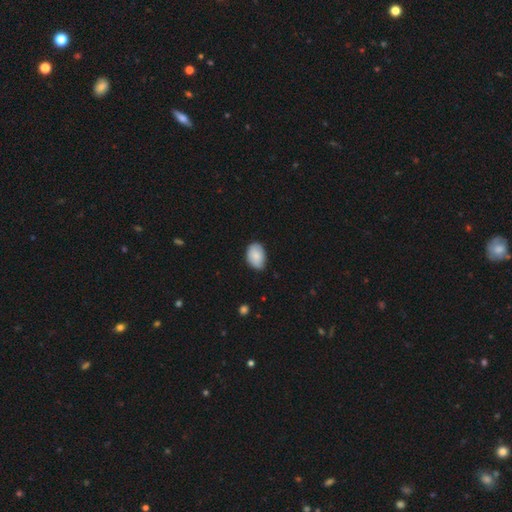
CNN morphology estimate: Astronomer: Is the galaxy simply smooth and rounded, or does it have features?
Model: smooth — 83%.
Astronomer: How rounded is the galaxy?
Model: in between — 84%.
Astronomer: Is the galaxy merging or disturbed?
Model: none — 67%.